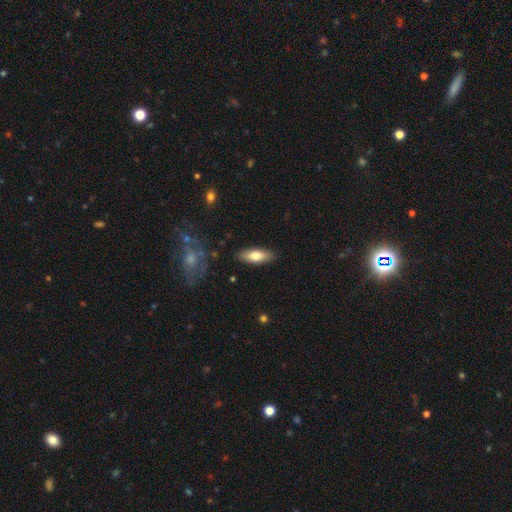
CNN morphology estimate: smooth-or-featured: smooth: 73% | featured or disk: 21% | star or artifact: 6%
  how-rounded: in between: 70% | cigar-shaped: 28% | round: 2%
  merging: none: 86% | minor disturbance: 10% | major disturbance: 2% | merger: 1%